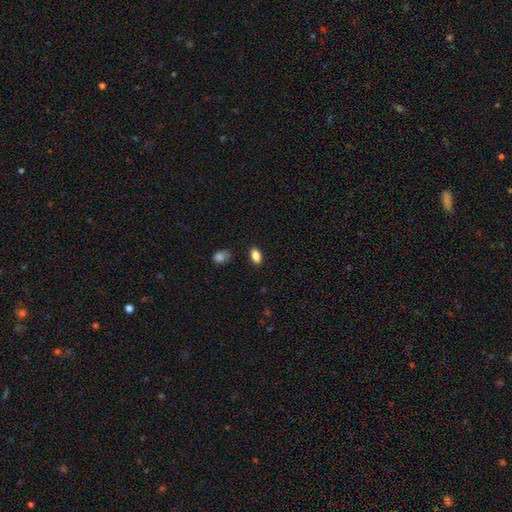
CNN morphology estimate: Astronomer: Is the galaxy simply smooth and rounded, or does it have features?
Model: smooth — 86%.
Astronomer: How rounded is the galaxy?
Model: in between — 90%.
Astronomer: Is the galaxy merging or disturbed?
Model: none — 84%.